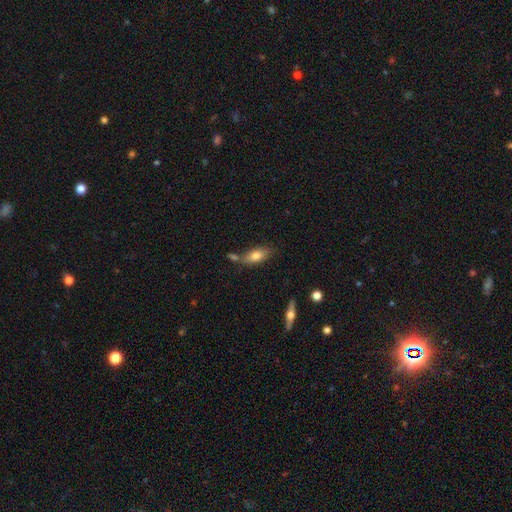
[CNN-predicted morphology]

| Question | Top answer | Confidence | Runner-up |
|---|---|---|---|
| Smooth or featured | smooth | 75% | featured or disk (17%) |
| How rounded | in between | 82% | cigar-shaped (15%) |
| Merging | none | 60% | merger (19%) |